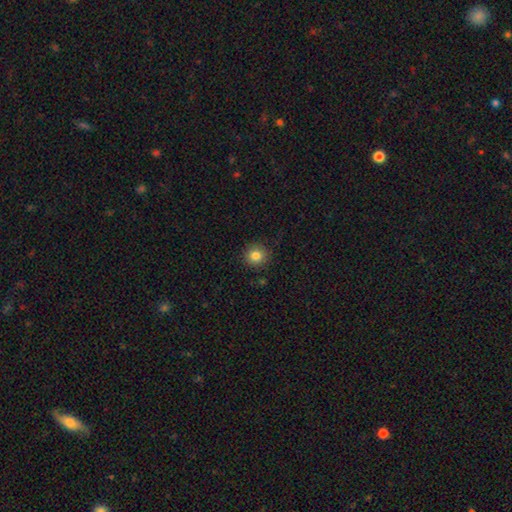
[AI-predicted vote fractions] smooth-or-featured: smooth: 83% | star or artifact: 11% | featured or disk: 6%
  how-rounded: round: 91% | in between: 8% | cigar-shaped: 1%
  merging: none: 90% | minor disturbance: 7% | major disturbance: 2% | merger: 1%